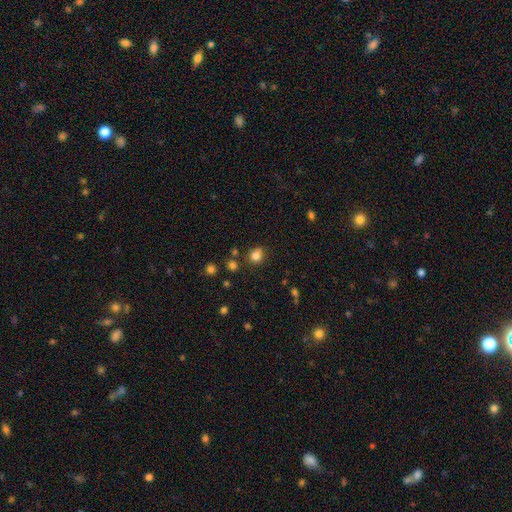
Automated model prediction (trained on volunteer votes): Smooth or featured? smooth (82%)
How rounded? round (76%)
Merging? none (80%)